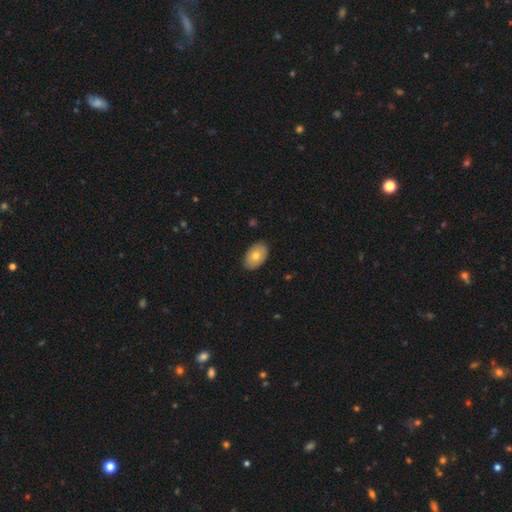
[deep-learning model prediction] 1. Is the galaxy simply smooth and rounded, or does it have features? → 74% smooth, 20% featured or disk, 7% star or artifact.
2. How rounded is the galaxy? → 91% in between, 8% round, 1% cigar-shaped.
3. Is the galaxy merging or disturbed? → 87% none, 10% minor disturbance, 2% major disturbance, 1% merger.